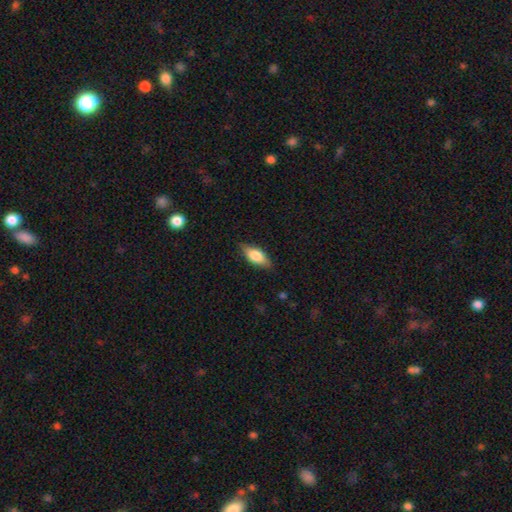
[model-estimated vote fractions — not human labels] The model was most divided on "smooth or featured": smooth: 66%, featured or disk: 27%, star or artifact: 7%. More confident: merging — none (82%); how rounded — in between (77%).